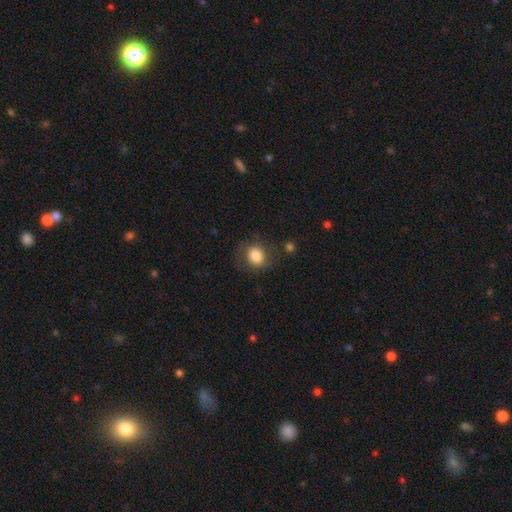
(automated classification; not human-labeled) Overall: smooth (83%). How rounded: round (64%; in between 35%). Merging: none (73%).